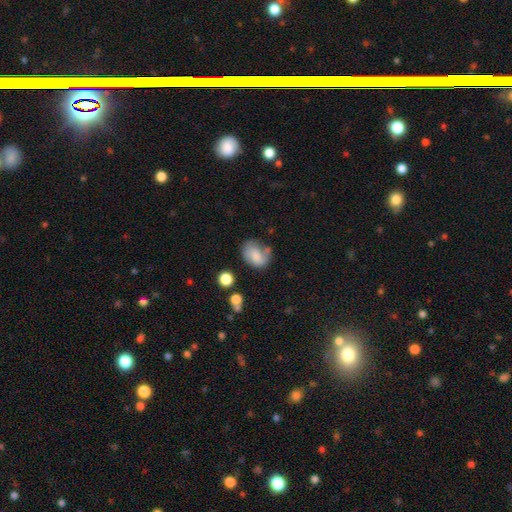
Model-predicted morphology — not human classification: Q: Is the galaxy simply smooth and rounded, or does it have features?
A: smooth — 68%.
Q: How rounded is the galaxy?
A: in between — 74%.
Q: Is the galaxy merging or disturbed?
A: none — 46%.